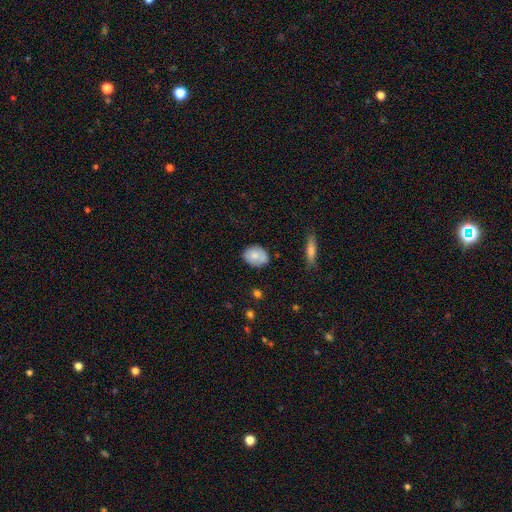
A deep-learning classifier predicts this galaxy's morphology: Smooth or featured: smooth — 75% (featured or disk — 18%)
How rounded: in between — 64% (round — 35%)
Merging: none — 71% (minor disturbance — 21%)